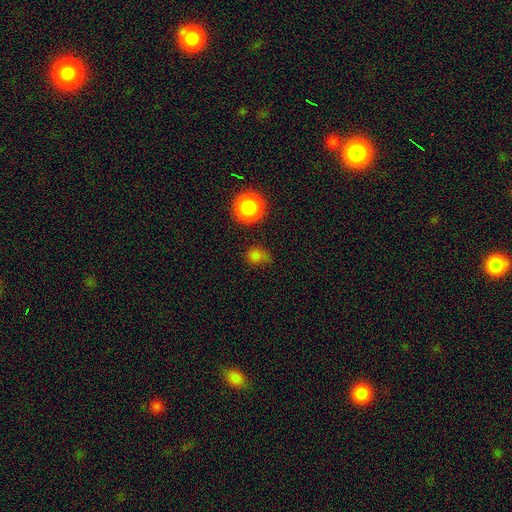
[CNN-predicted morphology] smooth-or-featured: smooth: 78% | star or artifact: 16% | featured or disk: 6%
  how-rounded: round: 73% | in between: 26% | cigar-shaped: 1%
  merging: none: 59% | minor disturbance: 23% | major disturbance: 11% | merger: 7%